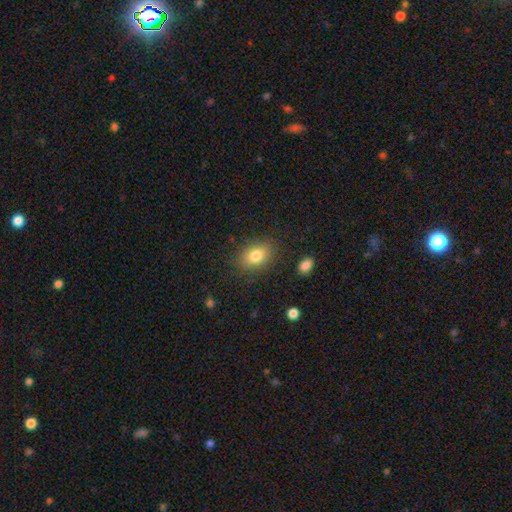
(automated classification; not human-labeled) This appears to be a smooth galaxy with no disk features (81%) that is in between round and cigar-shaped (81%). Merging: none (84%).